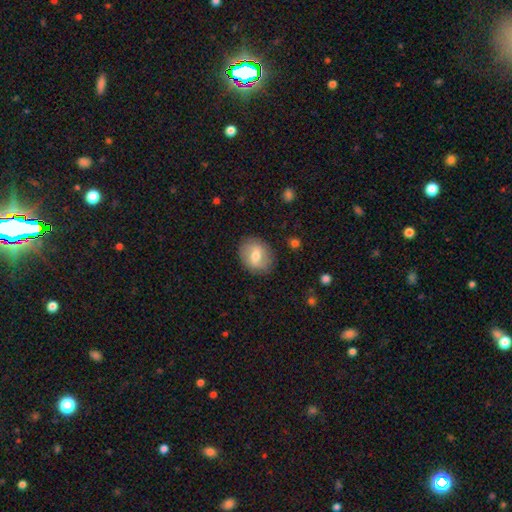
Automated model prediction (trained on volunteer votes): A smooth galaxy with no disk features (63%) that is round (56%).

Vote fractions:
- Smooth or featured? smooth: 63% / featured or disk: 29% / star or artifact: 7%
- How rounded? round: 56% / in between: 43% / cigar-shaped: 1%
- Merging? none: 84% / minor disturbance: 11% / major disturbance: 3% / merger: 1%